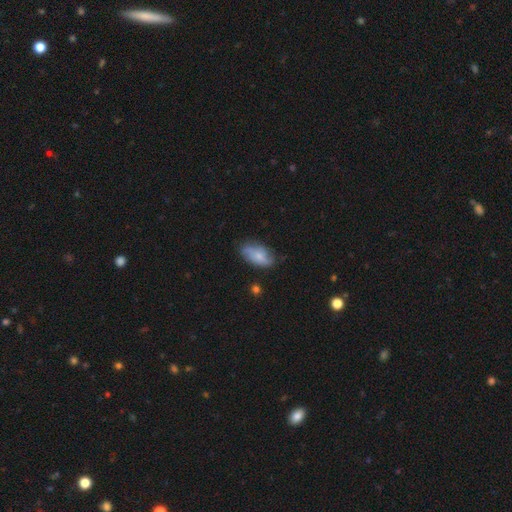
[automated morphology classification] Smooth or featured: smooth — 57% (featured or disk — 34%)
How rounded: in between — 90% (cigar-shaped — 6%)
Merging: none — 71% (minor disturbance — 23%)